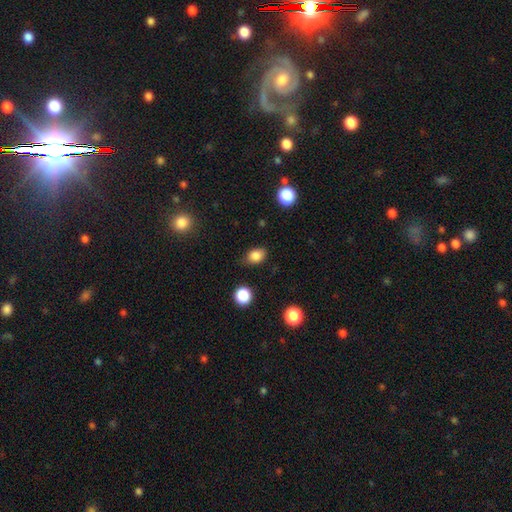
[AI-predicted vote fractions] Q: Smooth or featured?
A: smooth (84%); runner-up: star or artifact (11%)
Q: How rounded?
A: in between (68%); runner-up: round (31%)
Q: Merging?
A: none (79%); runner-up: minor disturbance (16%)